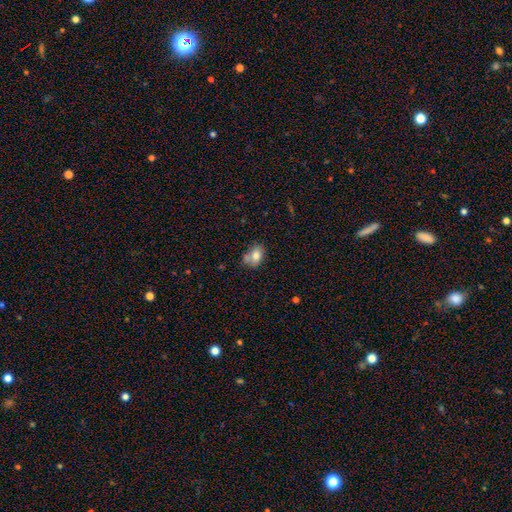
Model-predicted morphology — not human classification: Smooth or featured: smooth — 77% (featured or disk — 13%)
How rounded: in between — 71% (round — 28%)
Merging: none — 51% (minor disturbance — 23%)